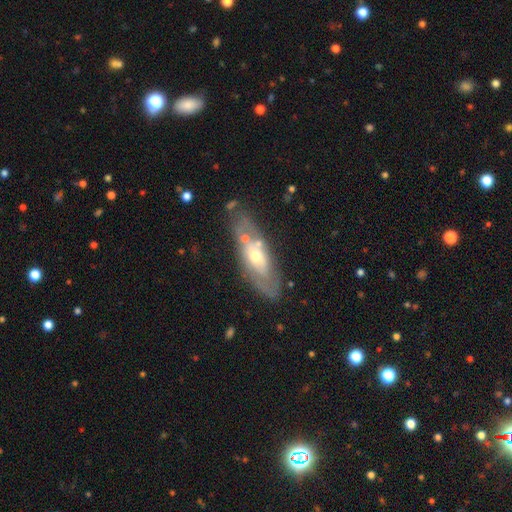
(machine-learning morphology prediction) This appears to be a featured or disk galaxy (60%). Merging: none (62%).